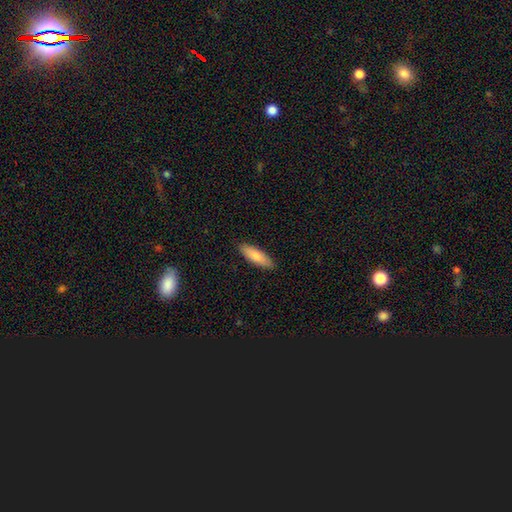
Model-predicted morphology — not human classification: smooth 81%, featured or disk 13%, star or artifact 5%. Down the decision tree: how rounded — in between (53%); merging — none (89%).